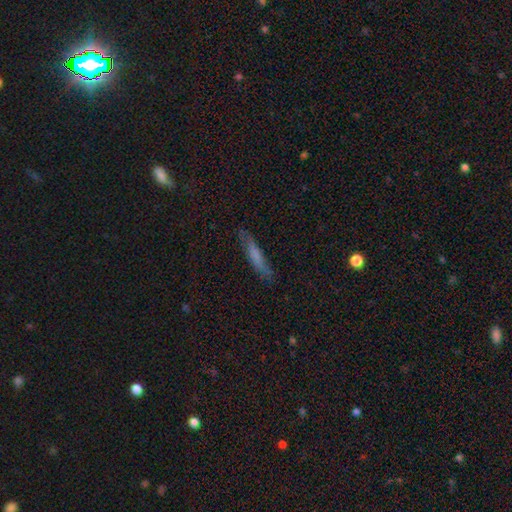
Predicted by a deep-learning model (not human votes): smooth 58%, featured or disk 33%, star or artifact 9%. Down the decision tree: how rounded — cigar-shaped (87%); merging — none (76%).